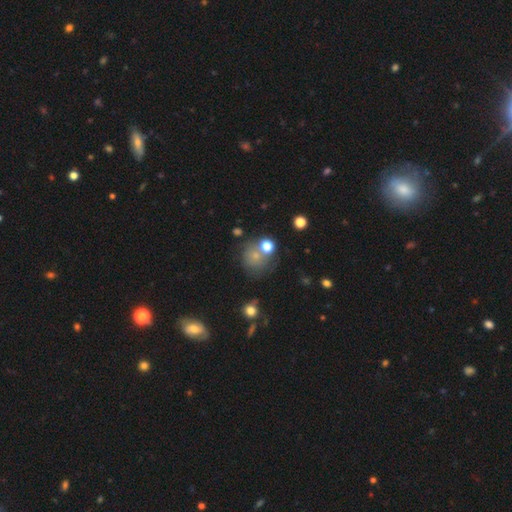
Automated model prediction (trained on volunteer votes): Smooth or featured? Predicted: smooth (p=0.67). How rounded? Predicted: round (p=0.82). Merging? Predicted: none (p=0.55).